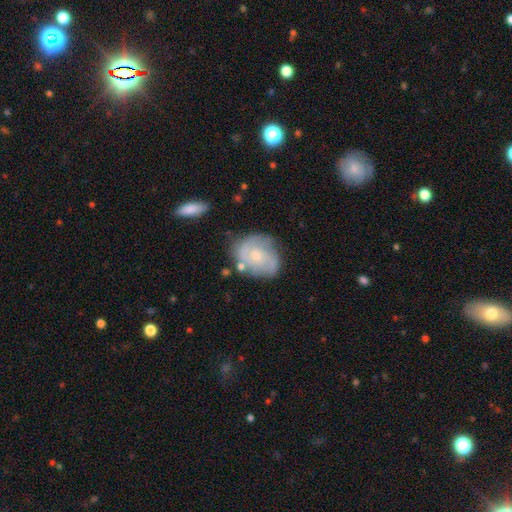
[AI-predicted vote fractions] Smooth or featured? featured or disk (66%)
Edge-on disk? no (97%)
Bar? no (67%)
Spiral arms? yes (84%)
Spiral winding? tight (41%, tied with medium)
Spiral arm count? 2 (40%)
Bulge size? small (56%)
Merging? none (64%)